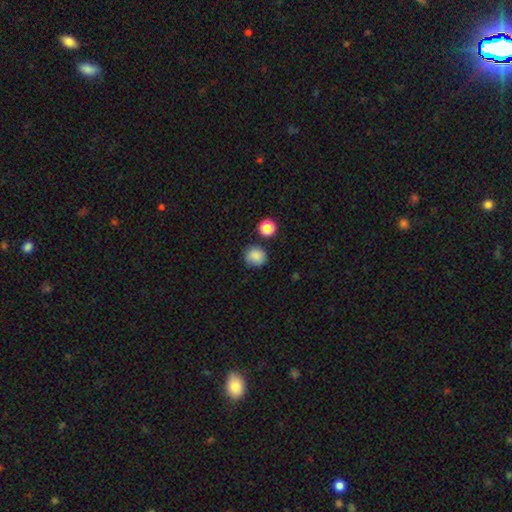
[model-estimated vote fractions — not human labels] This appears to be a smooth galaxy with no disk features (86%) that is round (84%). Merging: none (80%).